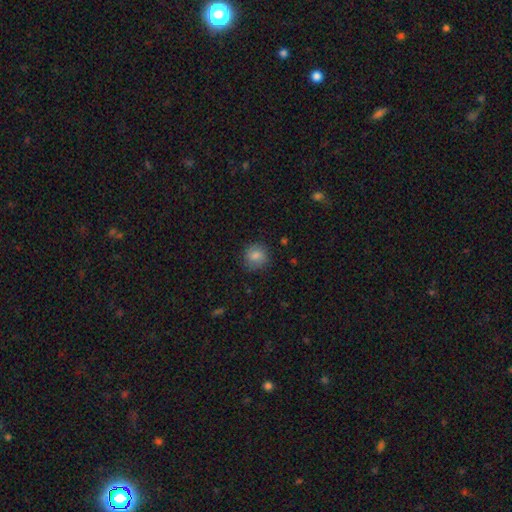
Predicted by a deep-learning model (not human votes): This is clearly a smooth galaxy (82%). How rounded: clearly round (87%). Merging: clearly none (82%).